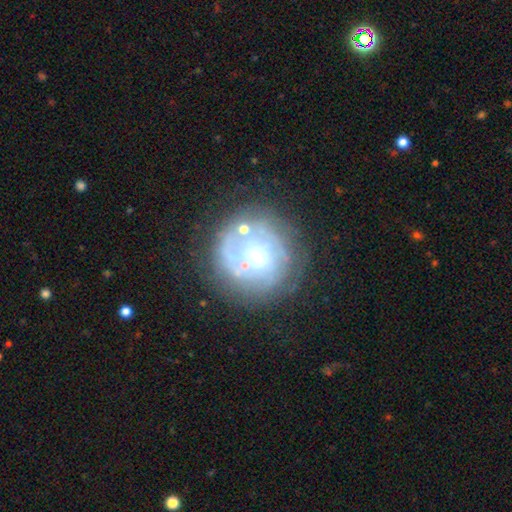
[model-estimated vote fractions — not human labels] Overall: featured or disk (67%). Edge-on disk: no (98%). Bar: no (68%). Spiral arms: yes (62%; no 38%). Bulge size: moderate (42%; small 34%). Merging: none (63%).